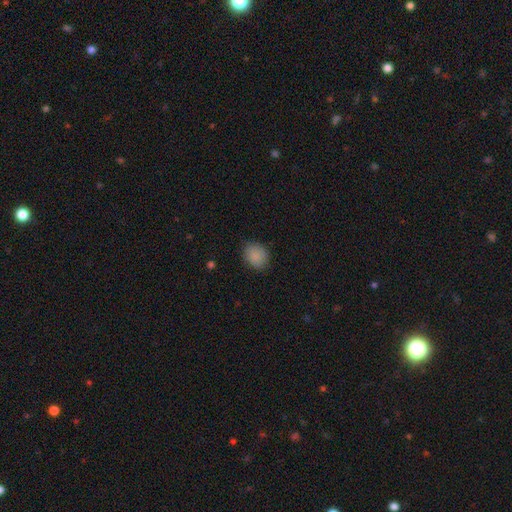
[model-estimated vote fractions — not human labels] This appears to be a smooth galaxy with no disk features (88%) that is round (63%). Merging: none (82%).